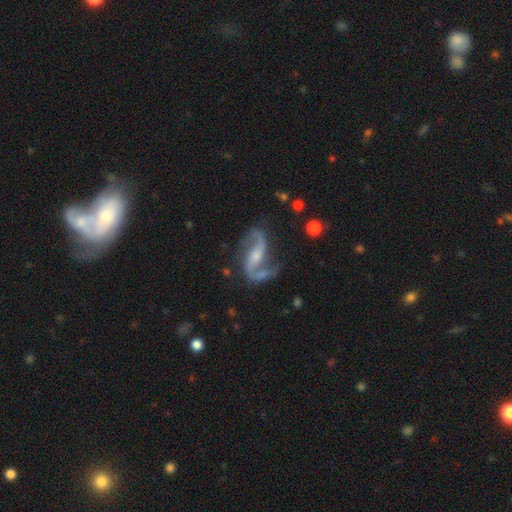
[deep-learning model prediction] Overall: featured or disk (91%). Edge-on disk: no (97%). Bar: weak (38%; no 37%). Spiral arms: yes (97%). Spiral arm count: 2 (93%). Spiral winding: loose (56%; medium 36%). Bulge size: small (51%; moderate 37%). Merging: none (72%).